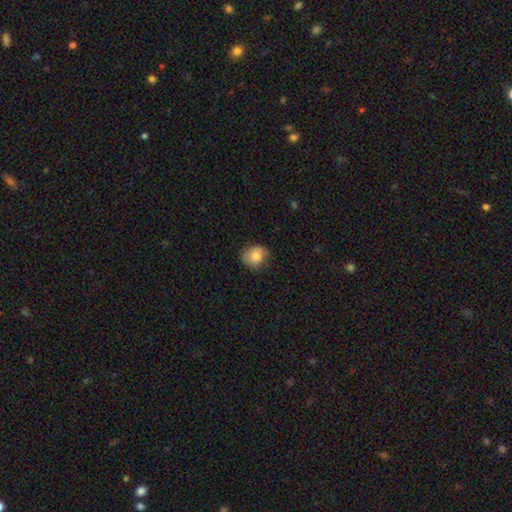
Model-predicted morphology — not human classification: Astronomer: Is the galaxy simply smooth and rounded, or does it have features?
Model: smooth — 81%.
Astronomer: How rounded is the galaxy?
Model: round — 63%.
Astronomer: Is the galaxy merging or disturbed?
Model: none — 67%.